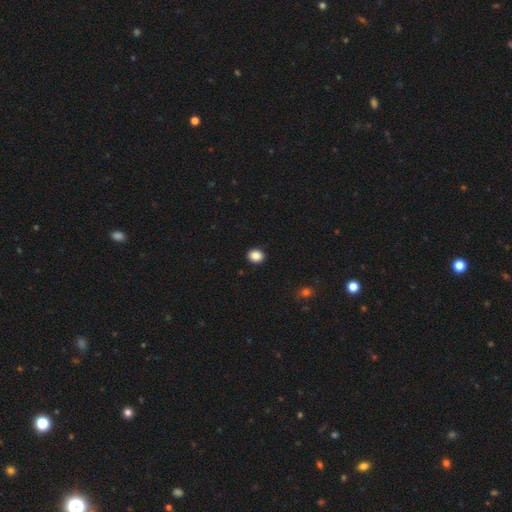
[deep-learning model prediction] Q: Smooth or featured?
A: smooth (88%); runner-up: star or artifact (9%)
Q: How rounded?
A: round (56%); runner-up: in between (43%)
Q: Merging?
A: none (91%); runner-up: minor disturbance (6%)